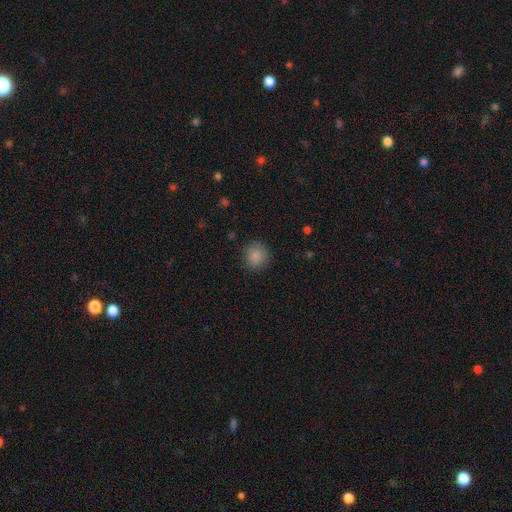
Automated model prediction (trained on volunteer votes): This is clearly a smooth galaxy (86%). How rounded: clearly round (89%). Merging: clearly none (87%).